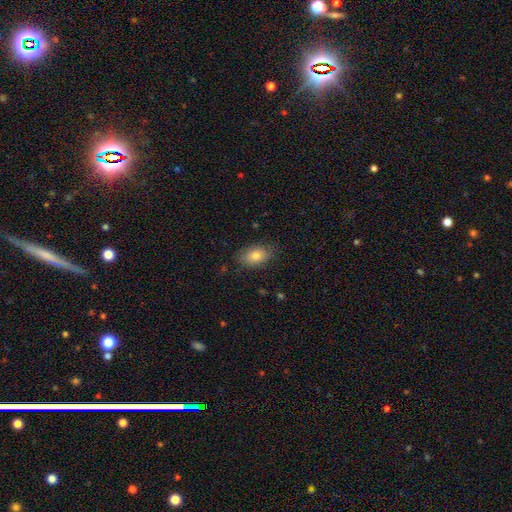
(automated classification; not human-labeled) Overall: smooth (80%). How rounded: in between (88%). Merging: none (80%).